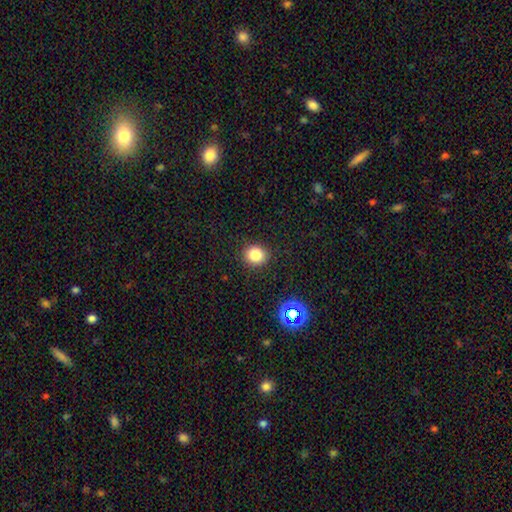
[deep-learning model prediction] smooth_or_featured: smooth (p=0.81) [alt: star or artifact p=0.14]
how_rounded: round (p=0.75) [alt: in between p=0.24]
merging: none (p=0.87) [alt: minor disturbance p=0.09]